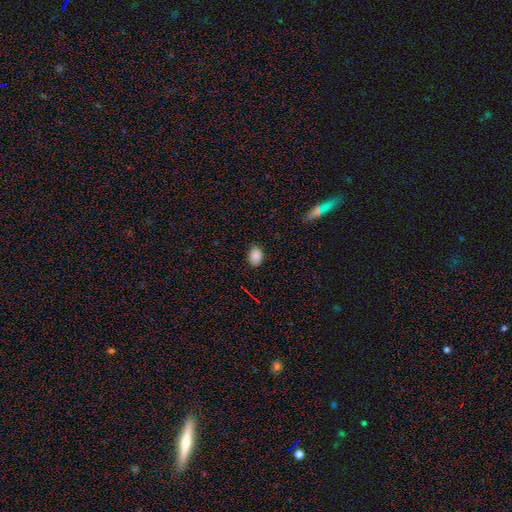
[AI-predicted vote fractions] Smooth or featured: smooth — 87% (star or artifact — 10%)
How rounded: in between — 78% (round — 21%)
Merging: none — 83% (minor disturbance — 13%)